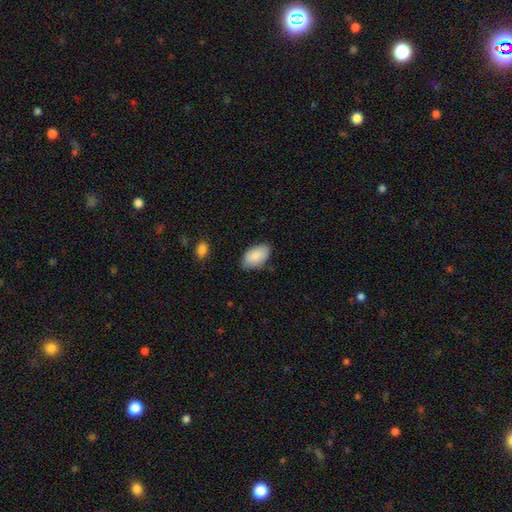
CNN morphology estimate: smooth_or_featured: smooth (p=0.87) [alt: featured or disk p=0.07]
how_rounded: in between (p=0.94) [alt: round p=0.04]
merging: none (p=0.78) [alt: minor disturbance p=0.18]